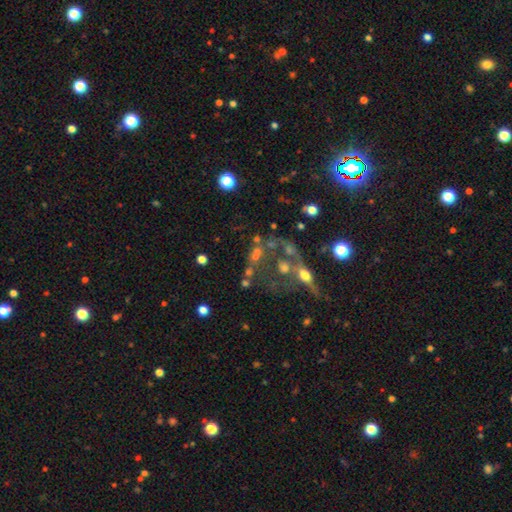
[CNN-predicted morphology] Smooth or featured? Predicted: featured or disk (p=0.42). Merging? Predicted: merger (p=0.38).